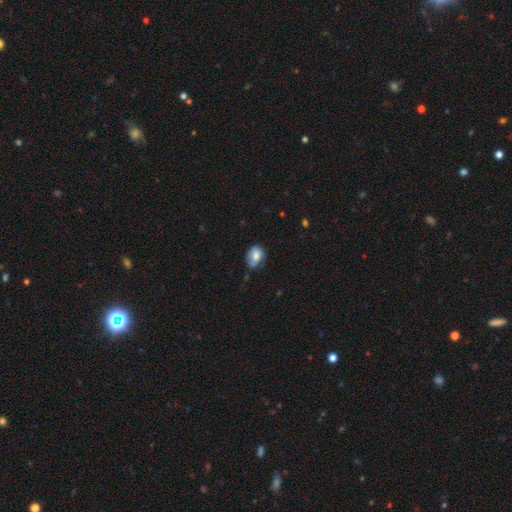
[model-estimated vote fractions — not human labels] A smooth galaxy with no disk features (72%) that is in between round and cigar-shaped (65%). Merging: none (53%).